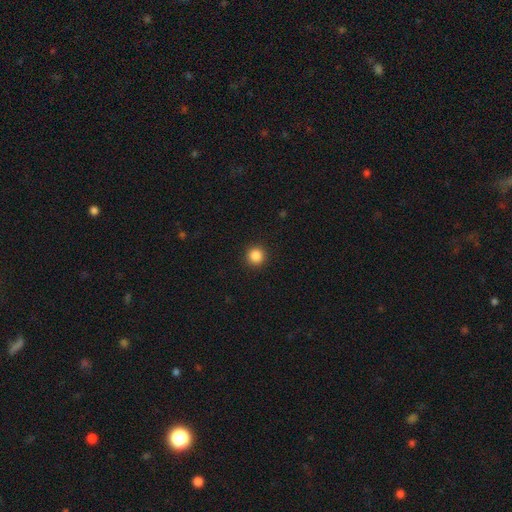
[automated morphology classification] smooth 86%, star or artifact 11%, featured or disk 3%. Down the decision tree: how rounded — round (95%); merging — none (93%).